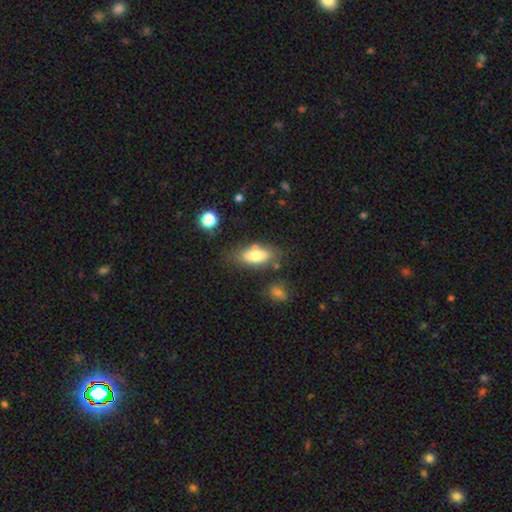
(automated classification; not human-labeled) A smooth galaxy with no disk features (73%) that is in between round and cigar-shaped (85%). Merging: none (66%).